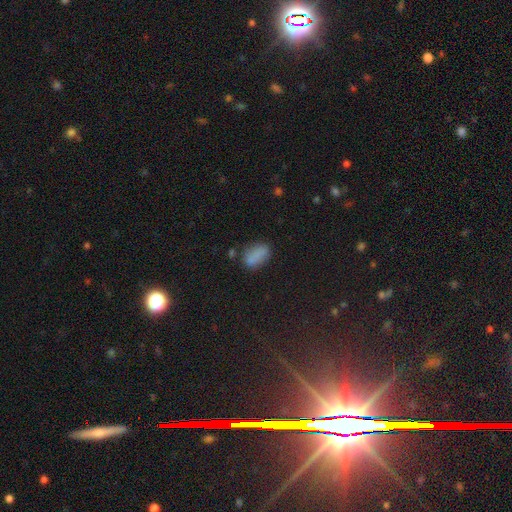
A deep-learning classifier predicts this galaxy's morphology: Overall: smooth (80%). How rounded: in between (88%). Merging: none (68%).